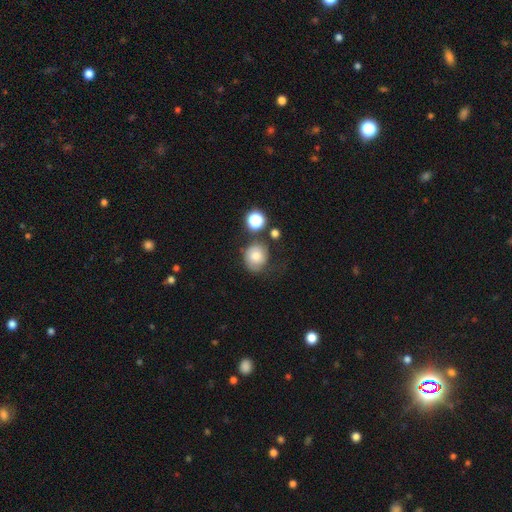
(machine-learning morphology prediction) smooth 73%, featured or disk 15%, star or artifact 12%. Down the decision tree: how rounded — round (76%); merging — none (58%).